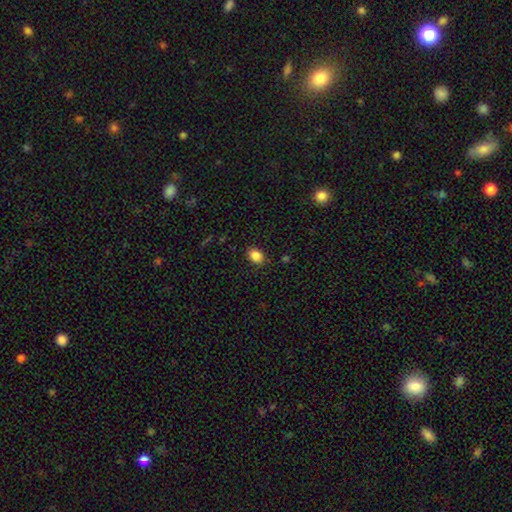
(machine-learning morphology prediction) Smooth or featured? smooth (86%)
How rounded? in between (68%)
Merging? none (86%)